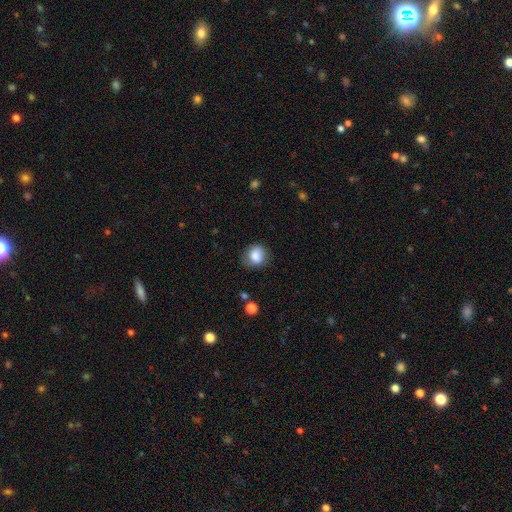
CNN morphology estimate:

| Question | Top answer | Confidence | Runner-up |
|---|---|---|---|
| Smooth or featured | smooth | 84% | star or artifact (9%) |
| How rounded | round | 69% | in between (30%) |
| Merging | none | 73% | minor disturbance (19%) |